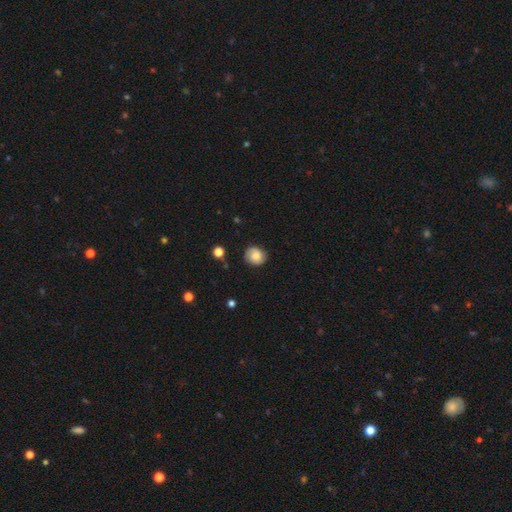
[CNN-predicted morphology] type=smooth (68%); roundness=round (78%); merging=none (80%).